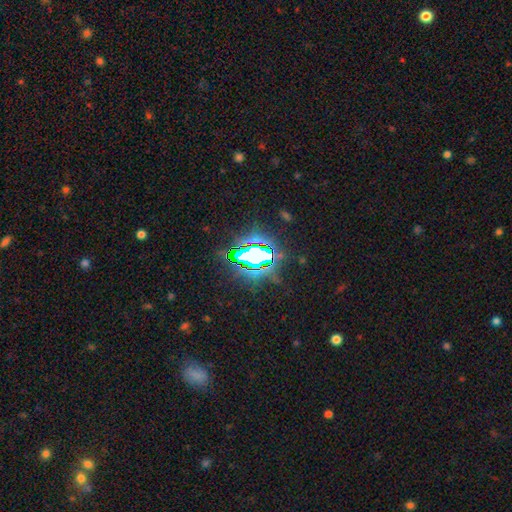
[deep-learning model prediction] smooth-or-featured: star or artifact: 72% | smooth: 15% | featured or disk: 12%